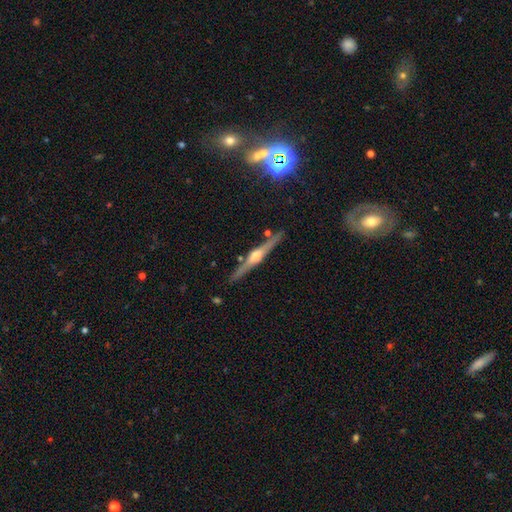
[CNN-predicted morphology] smooth_or_featured: featured or disk (p=0.80) [alt: smooth p=0.14]
disk_edge_on: yes (p=0.98) [alt: no p=0.02]
edge_on_bulge: rounded (p=0.92) [alt: boxy p=0.05]
merging: none (p=0.86) [alt: minor disturbance p=0.09]